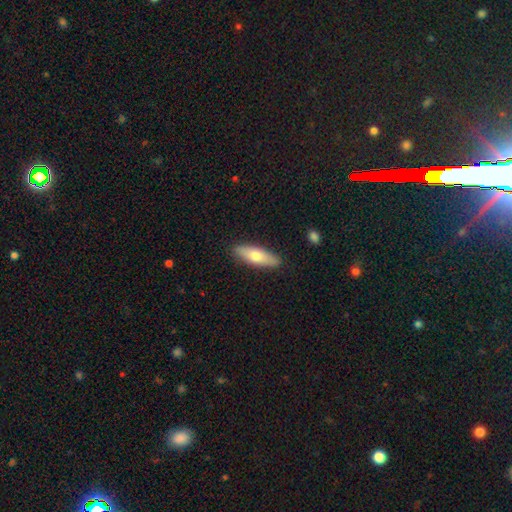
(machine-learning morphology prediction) Overall: smooth (66%; featured or disk 28%). How rounded: in between (54%; cigar-shaped 44%). Merging: none (87%).